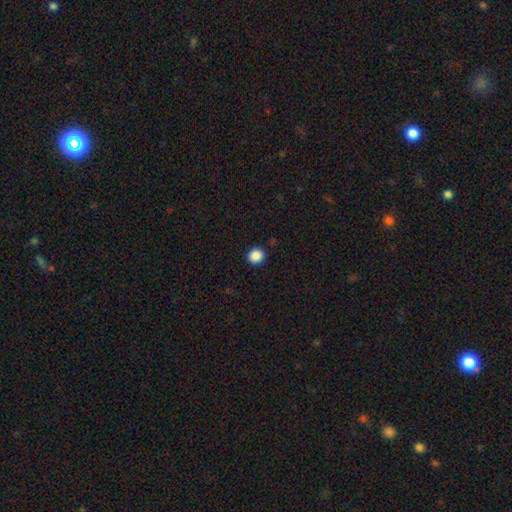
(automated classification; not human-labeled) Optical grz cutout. It shows a smooth galaxy with no disk features (88%) that is round (87%). Merging: none (92%).